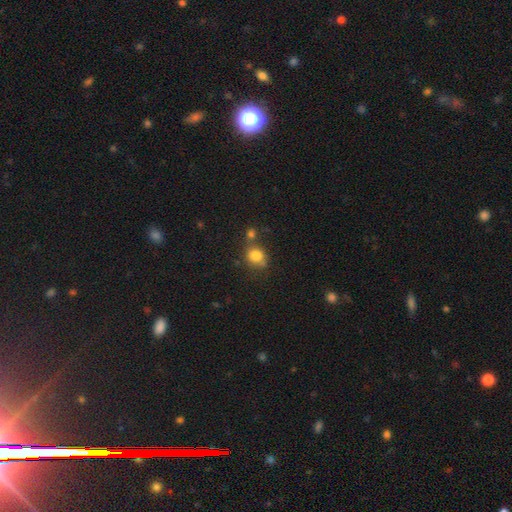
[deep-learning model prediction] This appears to be a smooth galaxy with no disk features (81%) that is round (68%). Merging: none (52%).